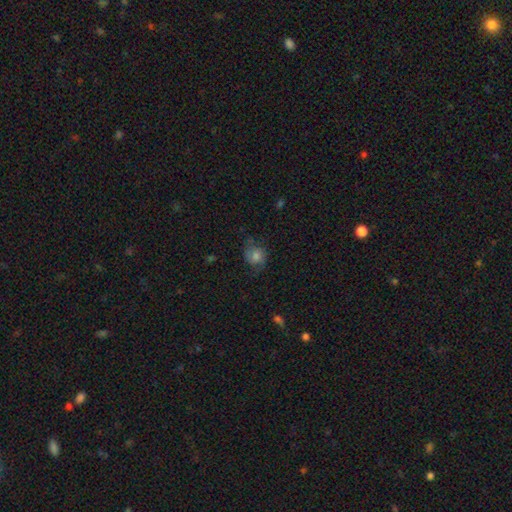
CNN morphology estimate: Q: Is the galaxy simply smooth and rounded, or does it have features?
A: featured or disk — 45%.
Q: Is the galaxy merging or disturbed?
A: none — 64%.